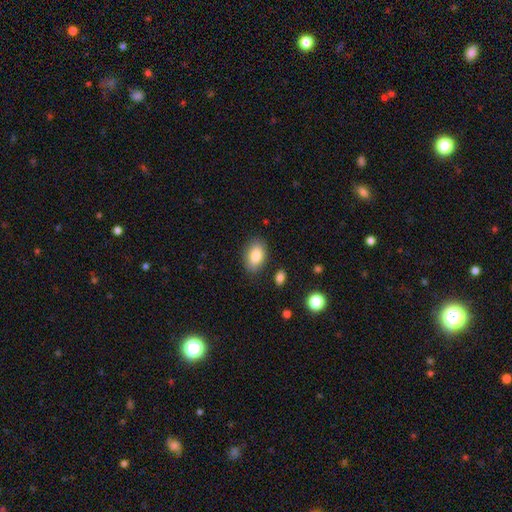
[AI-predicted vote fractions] This is clearly a smooth galaxy (84%). How rounded: clearly in between (89%). Merging: clearly none (83%).